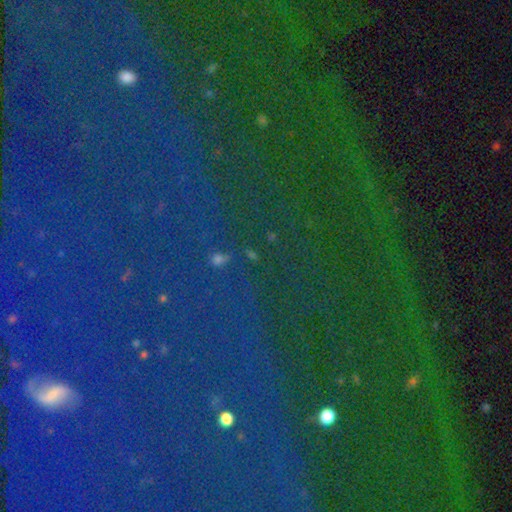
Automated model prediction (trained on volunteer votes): Q: Smooth or featured?
A: star or artifact (83%); runner-up: smooth (10%)